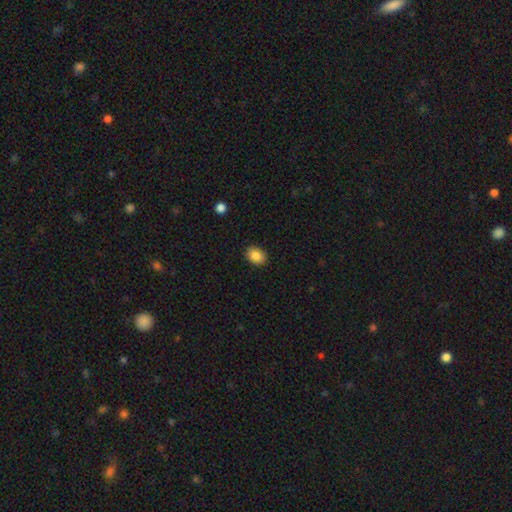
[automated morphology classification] Smooth or featured?
  - smooth: 87% *
  - star or artifact: 8%
  - featured or disk: 5%
How rounded?
  - in between: 63% *
  - round: 36%
  - cigar-shaped: 1%
Merging?
  - none: 88% *
  - minor disturbance: 9%
  - major disturbance: 2%
  - merger: 1%